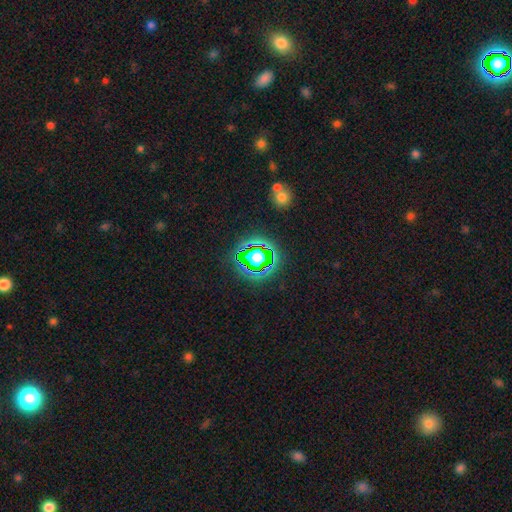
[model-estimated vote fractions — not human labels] Smooth or featured?
  - star or artifact: 76% *
  - smooth: 15%
  - featured or disk: 9%